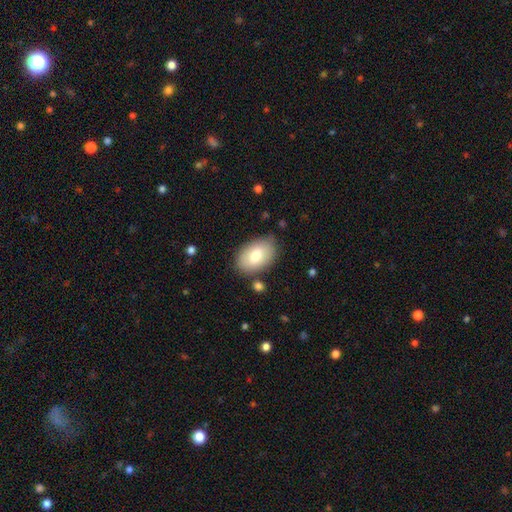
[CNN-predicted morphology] This appears to be a smooth galaxy with no disk features (77%) that is in between round and cigar-shaped (92%). Merging: none (80%).